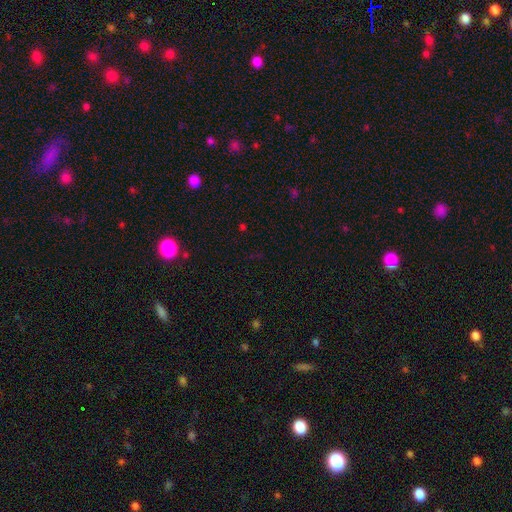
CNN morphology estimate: The model was most divided on "smooth or featured": star or artifact: 68%, smooth: 24%, featured or disk: 7%.